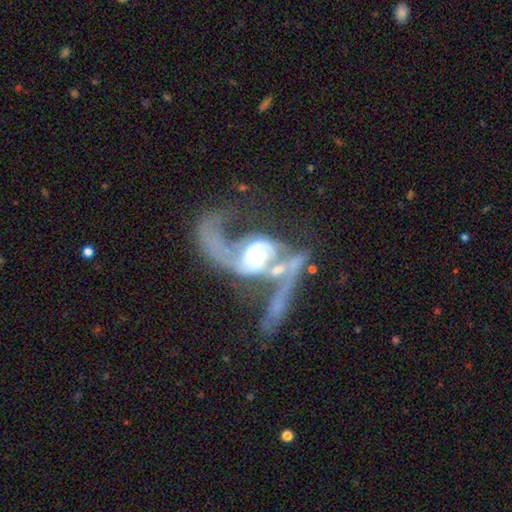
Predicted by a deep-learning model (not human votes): smooth_or_featured: featured or disk (p=0.84) [alt: smooth p=0.10]
disk_edge_on: no (p=0.95) [alt: yes p=0.05]
bar: no (p=0.57) [alt: weak p=0.29]
has_spiral_arms: yes (p=0.87) [alt: no p=0.13]
spiral_winding: loose (p=0.66) [alt: medium p=0.26]
spiral_arm_count: 2 (p=0.73) [alt: 1 p=0.14]
bulge_size: moderate (p=0.62) [alt: large p=0.23]
merging: merger (p=0.47) [alt: major disturbance p=0.30]